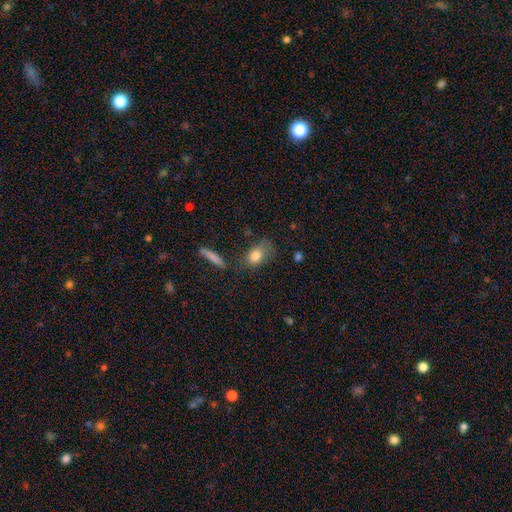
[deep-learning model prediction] Smooth or featured?
  - smooth: 80% *
  - featured or disk: 12%
  - star or artifact: 8%
How rounded?
  - in between: 79% *
  - round: 16%
  - cigar-shaped: 5%
Merging?
  - none: 55% *
  - minor disturbance: 25%
  - major disturbance: 14%
  - merger: 7%